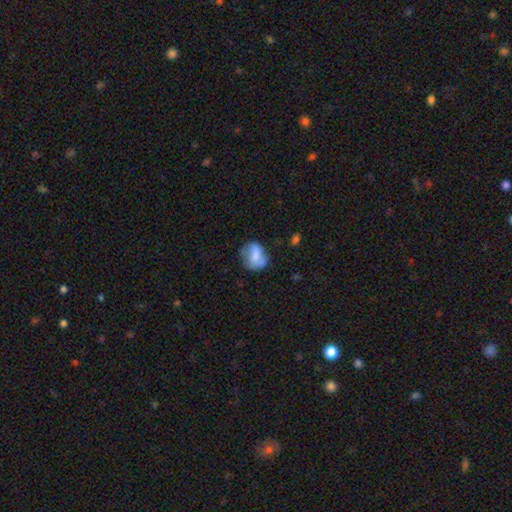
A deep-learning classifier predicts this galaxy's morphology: The model was most divided on "how rounded": round: 51%, in between: 47%, cigar-shaped: 2%. More confident: smooth or featured — smooth (61%); merging — none (51%).